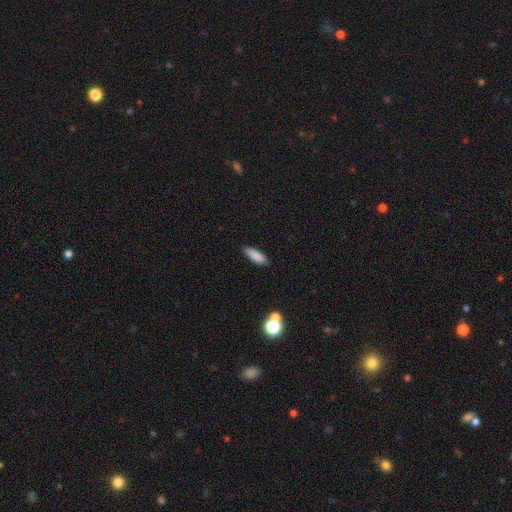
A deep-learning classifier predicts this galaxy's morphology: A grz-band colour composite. It shows a smooth galaxy with no disk features (86%) that is in between round and cigar-shaped (55%). Merging: none (87%).